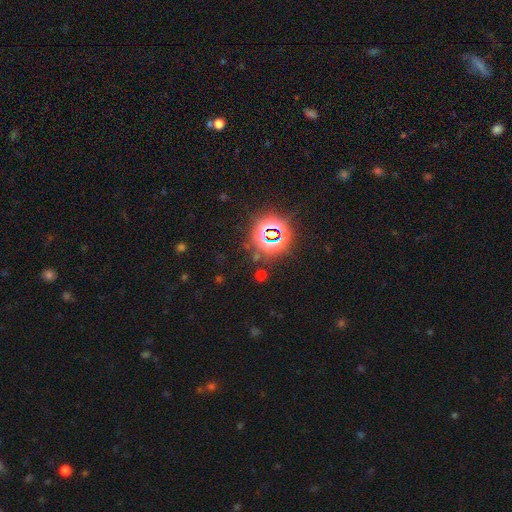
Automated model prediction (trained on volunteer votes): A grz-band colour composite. It shows a star or artifact, not a galaxy (80%).